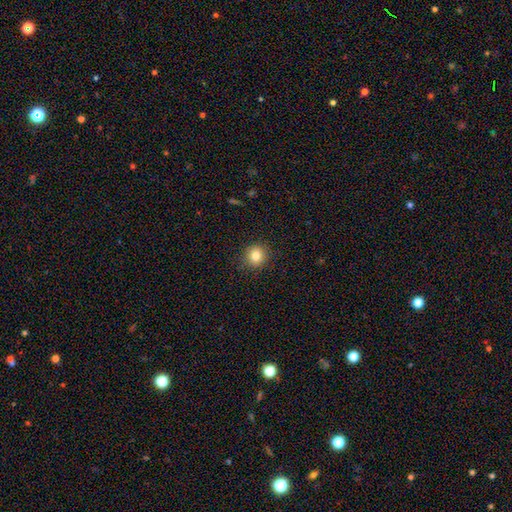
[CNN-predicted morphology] Smooth or featured?
  - smooth: 82% *
  - star or artifact: 11%
  - featured or disk: 7%
How rounded?
  - round: 91% *
  - in between: 8%
  - cigar-shaped: 1%
Merging?
  - none: 90% *
  - minor disturbance: 7%
  - major disturbance: 2%
  - merger: 1%